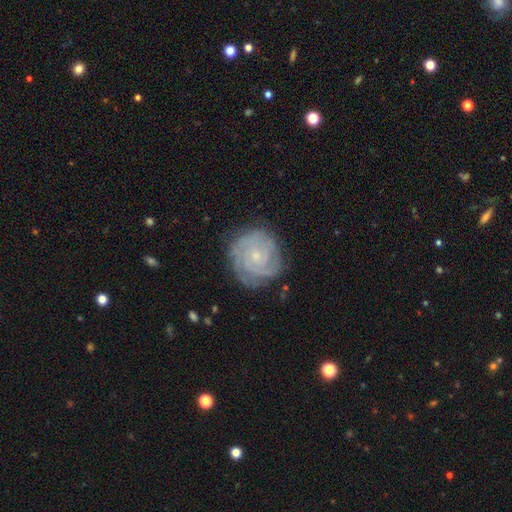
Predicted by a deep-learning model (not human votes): A featured or disk galaxy (85%) with no bar (71%), 3 (28%) tight (80%) spiral arms (97%) and a small central bulge (75%). Merging: none (78%).